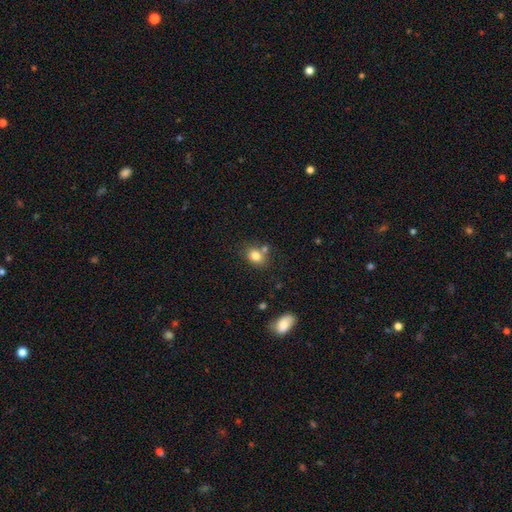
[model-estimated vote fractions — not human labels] Morphology: type=smooth (81%); roundness=in between (65%); merging=none (61%).